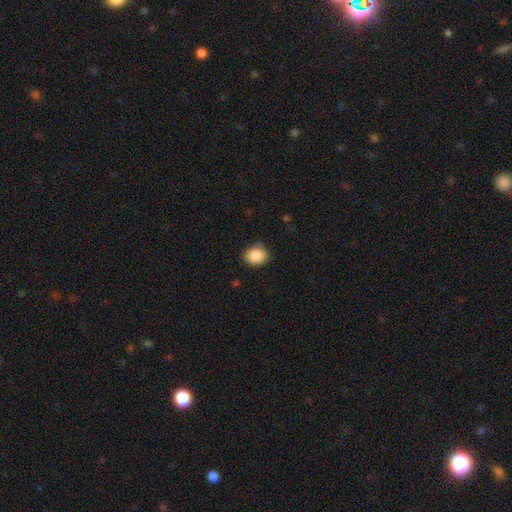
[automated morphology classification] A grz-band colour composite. It shows a smooth galaxy with no disk features (88%) that is round (58%). Merging: none (78%).